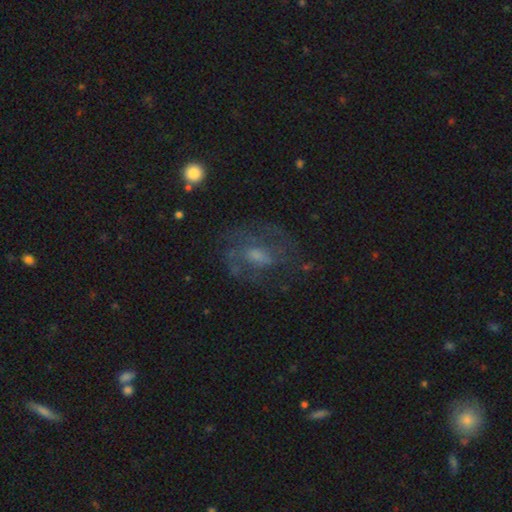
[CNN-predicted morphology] Q: Smooth or featured?
A: featured or disk (64%); runner-up: smooth (23%)
Q: Edge-on disk?
A: no (96%); runner-up: yes (4%)
Q: Bar?
A: no (50%); runner-up: weak (41%)
Q: Spiral arms?
A: yes (68%); runner-up: no (32%)
Q: Bulge size?
A: moderate (39%); runner-up: small (36%)
Q: Merging?
A: none (58%); runner-up: major disturbance (21%)